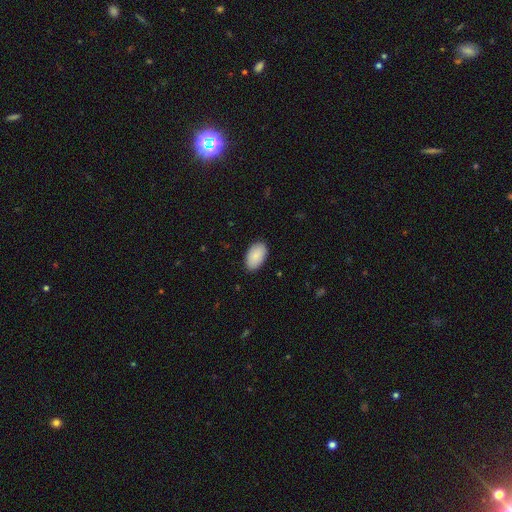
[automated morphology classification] Smooth or featured?
  - smooth: 89% *
  - star or artifact: 6%
  - featured or disk: 5%
How rounded?
  - in between: 95% *
  - round: 4%
  - cigar-shaped: 1%
Merging?
  - none: 88% *
  - minor disturbance: 9%
  - major disturbance: 2%
  - merger: 1%